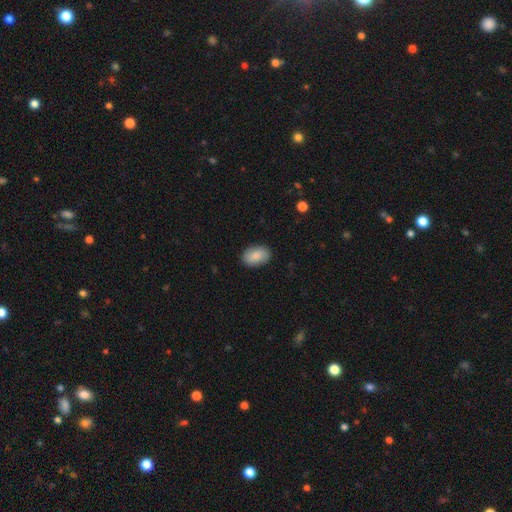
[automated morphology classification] smooth-or-featured: smooth: 85% | featured or disk: 9% | star or artifact: 6%
  how-rounded: in between: 89% | round: 10% | cigar-shaped: 1%
  merging: none: 87% | minor disturbance: 9% | major disturbance: 2% | merger: 1%